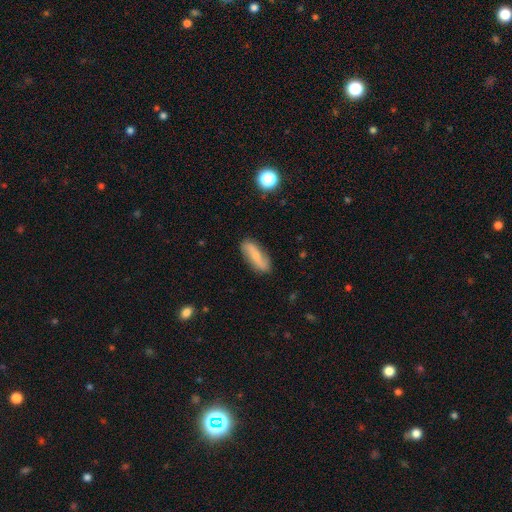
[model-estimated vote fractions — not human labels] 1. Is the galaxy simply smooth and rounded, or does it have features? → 50% featured or disk, 43% smooth, 7% star or artifact.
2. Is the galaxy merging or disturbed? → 83% none, 13% minor disturbance, 3% major disturbance, 2% merger.